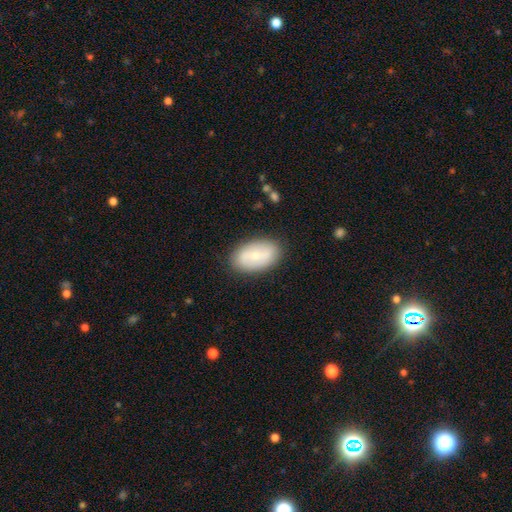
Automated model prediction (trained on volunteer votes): smooth 58%, featured or disk 36%, star or artifact 6%. Down the decision tree: how rounded — in between (92%); merging — none (85%).